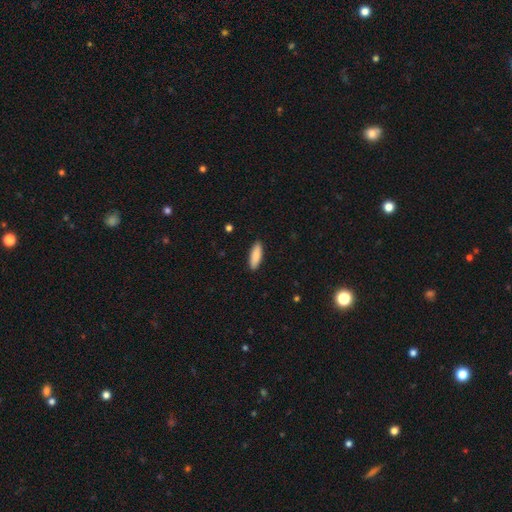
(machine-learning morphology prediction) A smooth galaxy with no disk features (89%) that is in between round and cigar-shaped (56%). Merging: none (90%).